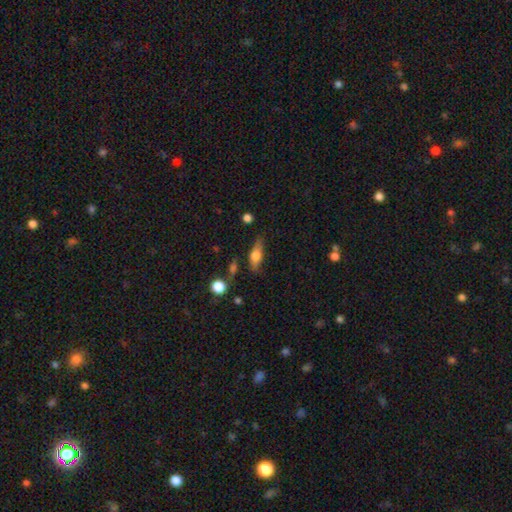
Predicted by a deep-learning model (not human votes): This appears to be a smooth galaxy with no disk features (56%) that is in between round and cigar-shaped (63%). Merging: none (68%).